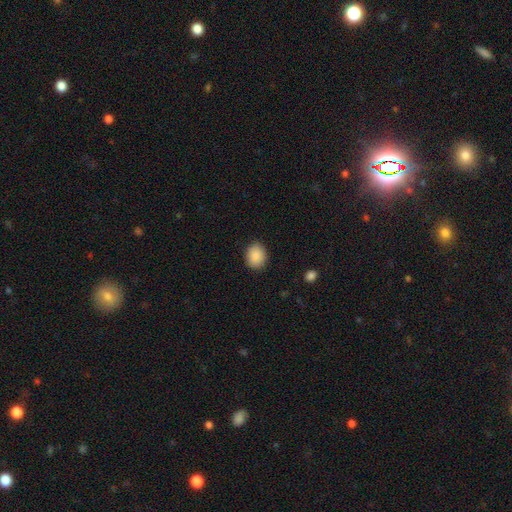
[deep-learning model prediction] Q: Smooth or featured?
A: smooth (89%); runner-up: star or artifact (7%)
Q: How rounded?
A: round (54%); runner-up: in between (45%)
Q: Merging?
A: none (88%); runner-up: minor disturbance (9%)